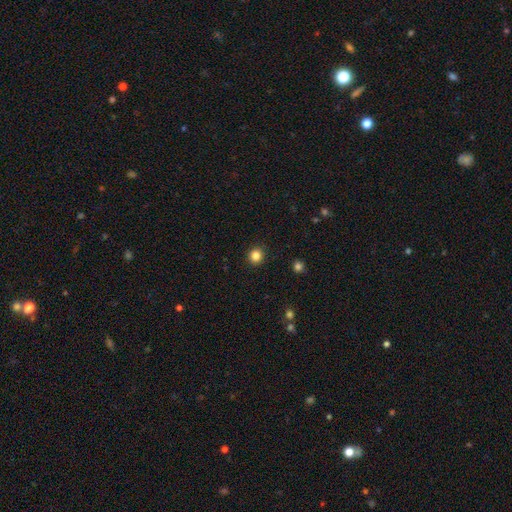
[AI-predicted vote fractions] Q: Smooth or featured?
A: smooth (84%); runner-up: star or artifact (12%)
Q: How rounded?
A: round (91%); runner-up: in between (8%)
Q: Merging?
A: none (92%); runner-up: minor disturbance (5%)